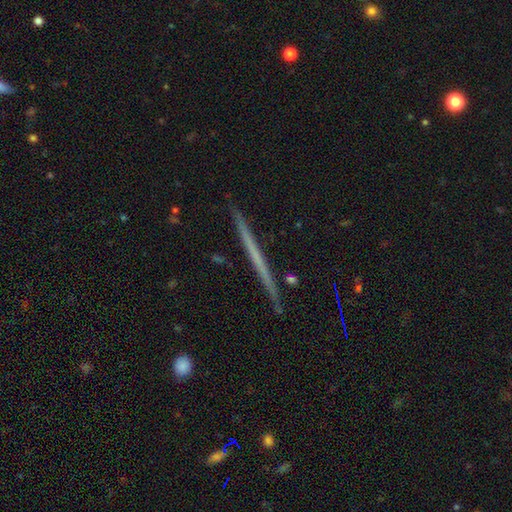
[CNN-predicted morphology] smooth_or_featured: featured or disk (p=0.59) [alt: smooth p=0.35]
disk_edge_on: yes (p=0.98) [alt: no p=0.02]
edge_on_bulge: none (p=0.92) [alt: rounded p=0.05]
merging: none (p=0.92) [alt: minor disturbance p=0.06]